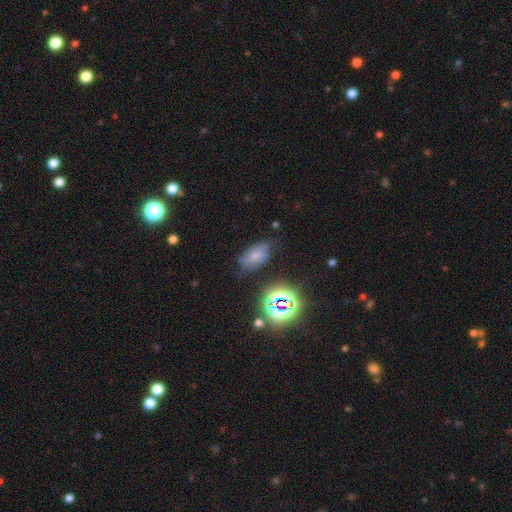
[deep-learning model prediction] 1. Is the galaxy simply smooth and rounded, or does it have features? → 60% smooth, 22% star or artifact, 18% featured or disk.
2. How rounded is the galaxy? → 91% in between, 6% round, 4% cigar-shaped.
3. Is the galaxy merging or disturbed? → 63% none, 26% minor disturbance, 8% major disturbance, 3% merger.